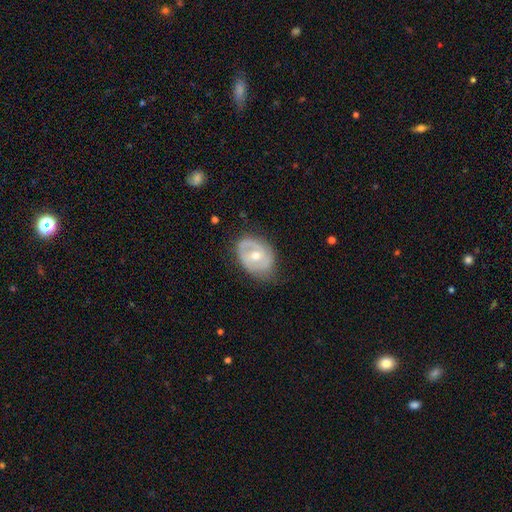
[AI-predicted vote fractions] A featured or disk galaxy (68%) with no bar (50%), spiral arms (63%) and a moderate central bulge (62%). Merging: none (65%).